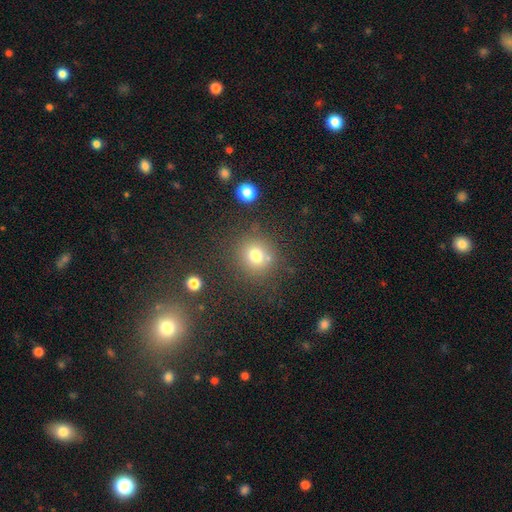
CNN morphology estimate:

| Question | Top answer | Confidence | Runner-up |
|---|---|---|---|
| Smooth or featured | smooth | 76% | star or artifact (15%) |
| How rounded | round | 91% | in between (8%) |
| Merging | none | 78% | minor disturbance (10%) |